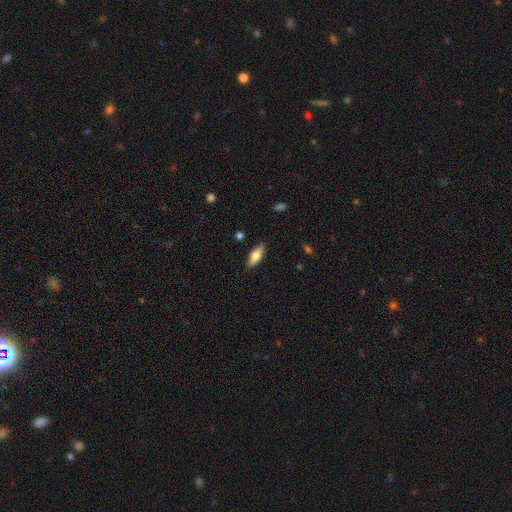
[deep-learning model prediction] The model was most divided on "how rounded": in between: 68%, cigar-shaped: 30%, round: 2%. More confident: merging — none (85%); smooth or featured — smooth (68%).